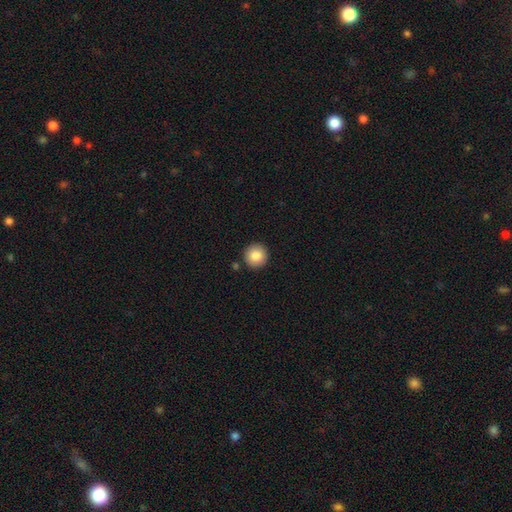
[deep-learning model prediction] Smooth or featured? Predicted: smooth (p=0.85). How rounded? Predicted: round (p=0.94). Merging? Predicted: none (p=0.89).